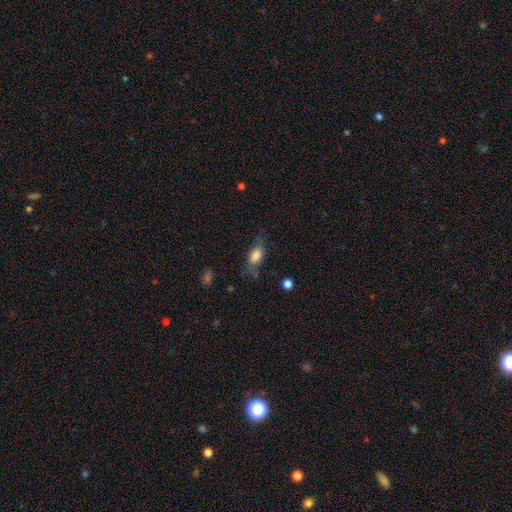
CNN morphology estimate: Q: Smooth or featured?
A: smooth (75%); runner-up: featured or disk (17%)
Q: How rounded?
A: in between (84%); runner-up: cigar-shaped (10%)
Q: Merging?
A: none (60%); runner-up: minor disturbance (25%)